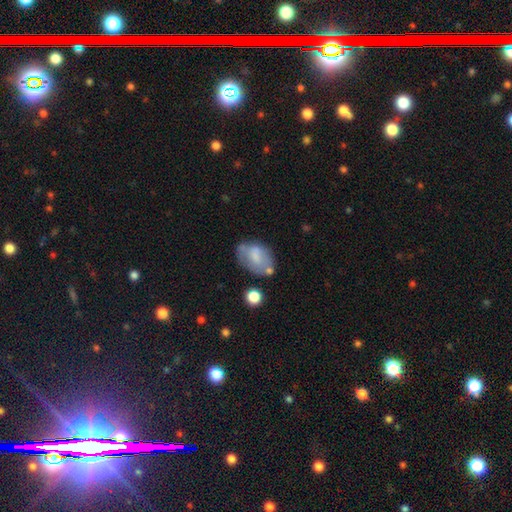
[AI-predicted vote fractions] Smooth or featured? Predicted: smooth (p=0.62). How rounded? Predicted: in between (p=0.86). Merging? Predicted: none (p=0.48).